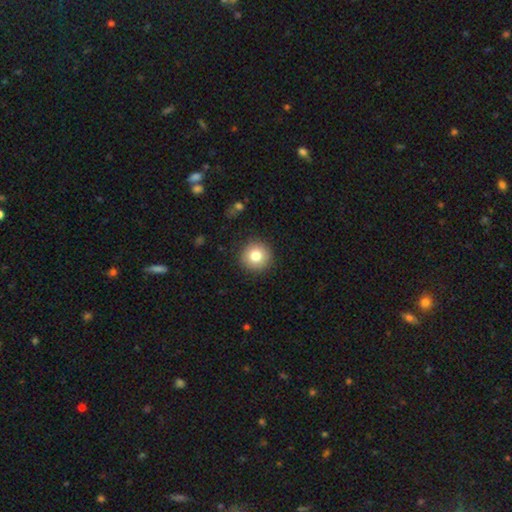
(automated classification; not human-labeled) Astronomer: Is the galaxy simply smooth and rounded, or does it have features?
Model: smooth — 81%.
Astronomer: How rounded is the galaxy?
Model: round — 95%.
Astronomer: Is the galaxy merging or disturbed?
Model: none — 90%.